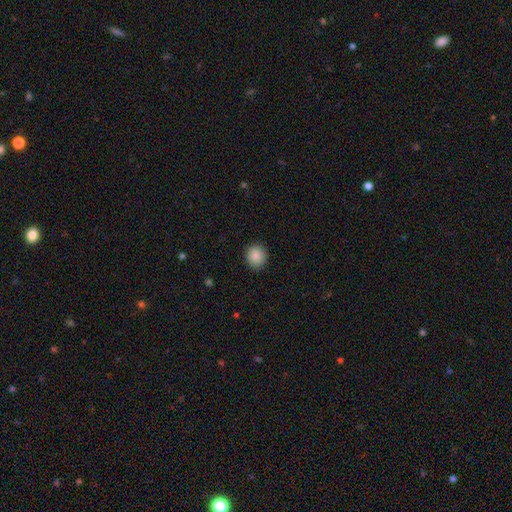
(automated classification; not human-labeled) Overall: smooth (88%). How rounded: round (83%). Merging: none (90%).